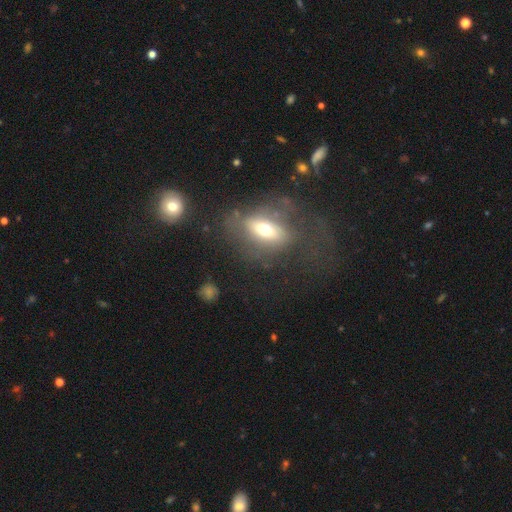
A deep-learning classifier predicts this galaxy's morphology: A featured or disk galaxy (50%).

Vote fractions:
- Smooth or featured? featured or disk: 50% / smooth: 37% / star or artifact: 13%
- Edge-on disk? no: 76% / yes: 24%
- Merging? major disturbance: 39% / none: 35% / minor disturbance: 20% / merger: 6%